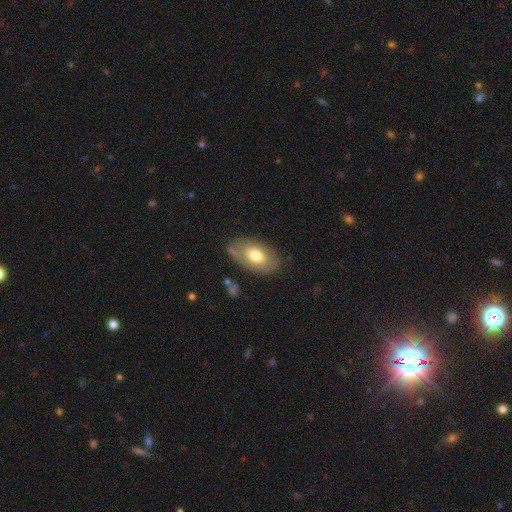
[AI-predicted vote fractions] This appears to be a smooth galaxy with no disk features (64%) that is in between round and cigar-shaped (92%). Merging: none (74%).